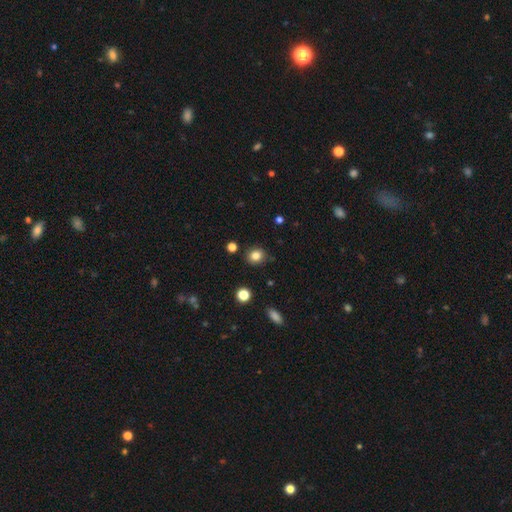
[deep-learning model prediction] This is clearly a smooth galaxy (83%). How rounded: likely round (78%). Merging: clearly none (87%).